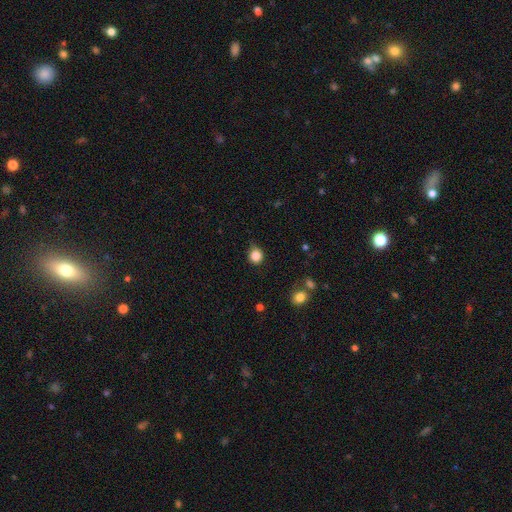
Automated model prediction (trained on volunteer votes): Morphology: type=smooth (85%); roundness=round (82%); merging=none (71%).